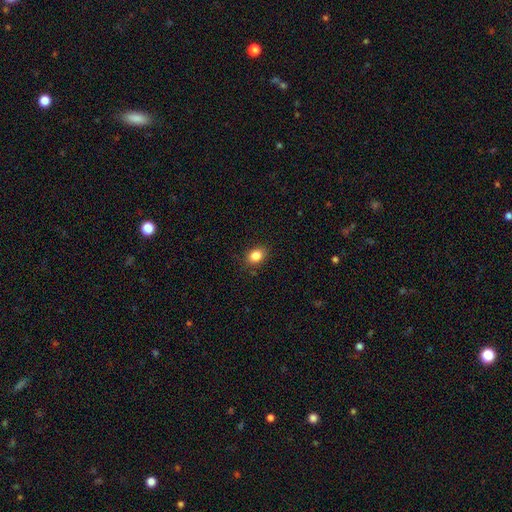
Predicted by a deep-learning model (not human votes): This appears to be a smooth galaxy with no disk features (84%) that is in between round and cigar-shaped (63%). Merging: none (86%).